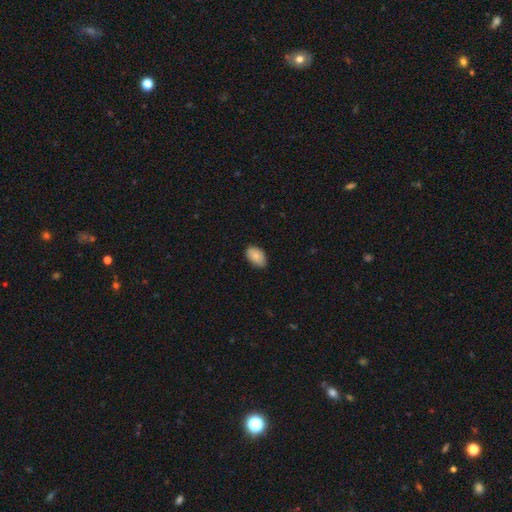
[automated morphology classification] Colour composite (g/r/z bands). It shows a smooth galaxy with no disk features (82%) that is in between round and cigar-shaped (90%). Merging: none (76%).